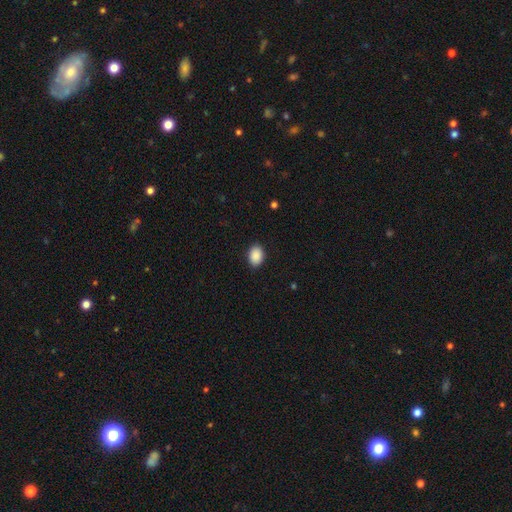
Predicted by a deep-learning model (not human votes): smooth-or-featured: smooth: 90% | star or artifact: 7% | featured or disk: 3%
  how-rounded: in between: 77% | round: 22% | cigar-shaped: 1%
  merging: none: 89% | minor disturbance: 8% | major disturbance: 2% | merger: 1%